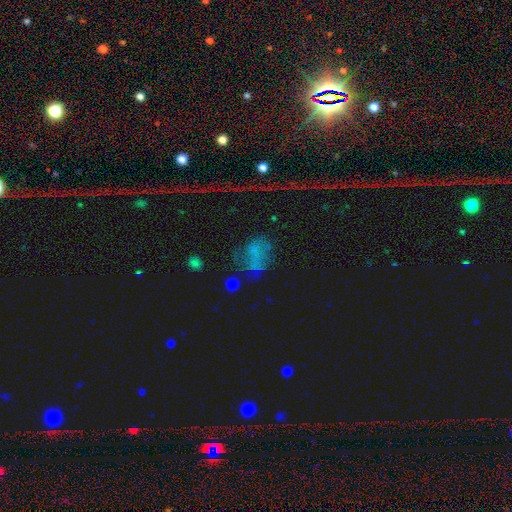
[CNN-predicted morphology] type=smooth (37%); merging=none (49%).